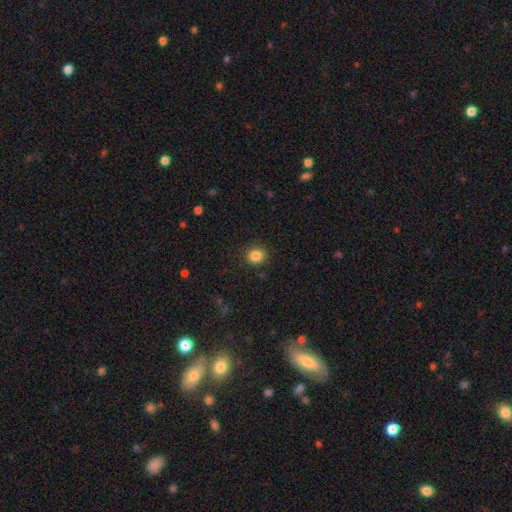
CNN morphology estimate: This is clearly a smooth galaxy (85%). How rounded: clearly round (86%). Merging: clearly none (88%).